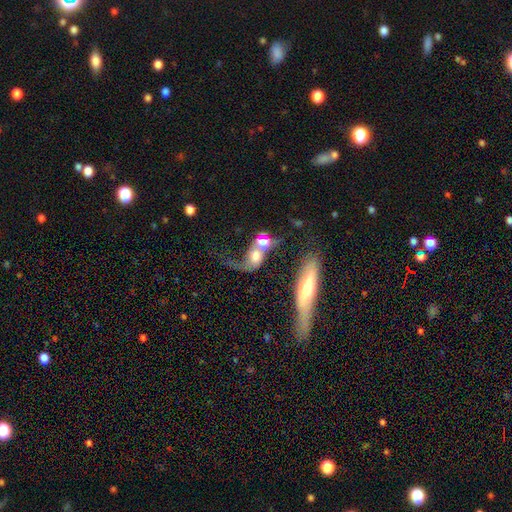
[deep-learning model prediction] smooth-or-featured: smooth: 46% | featured or disk: 43% | star or artifact: 12%
  merging: merger: 56% | major disturbance: 22% | none: 14% | minor disturbance: 8%